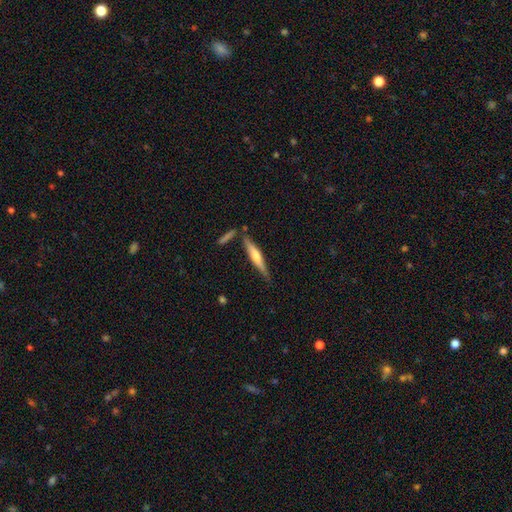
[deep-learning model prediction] Q: Smooth or featured?
A: featured or disk (53%); runner-up: smooth (42%)
Q: Edge-on disk?
A: yes (95%); runner-up: no (5%)
Q: Merging?
A: none (75%); runner-up: minor disturbance (14%)